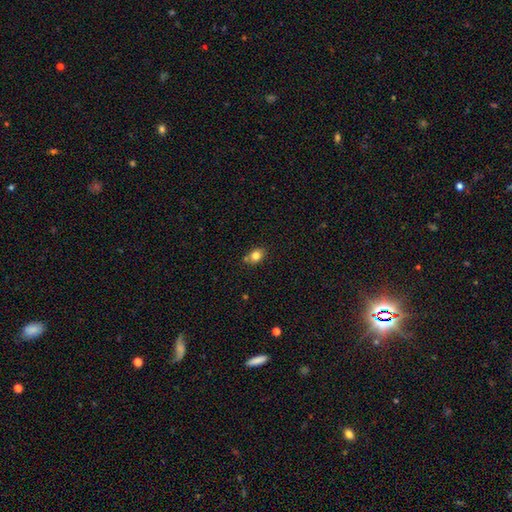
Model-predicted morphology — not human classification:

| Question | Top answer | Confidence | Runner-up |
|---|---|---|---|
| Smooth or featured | smooth | 80% | star or artifact (11%) |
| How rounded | in between | 52% | round (46%) |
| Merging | none | 69% | minor disturbance (16%) |